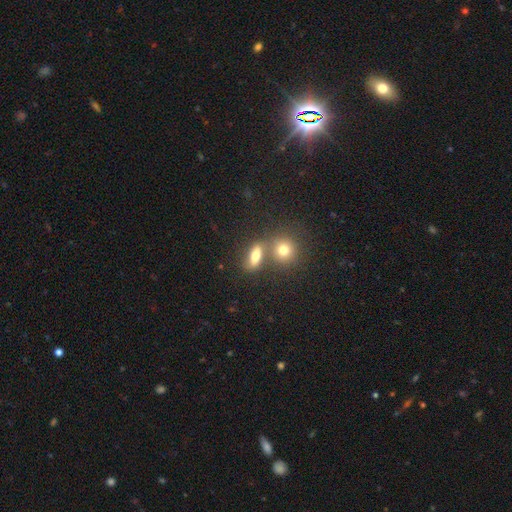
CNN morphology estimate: smooth_or_featured: smooth (p=0.71) [alt: featured or disk p=0.16]
how_rounded: in between (p=0.63) [alt: round p=0.21]
merging: none (p=0.58) [alt: merger p=0.26]